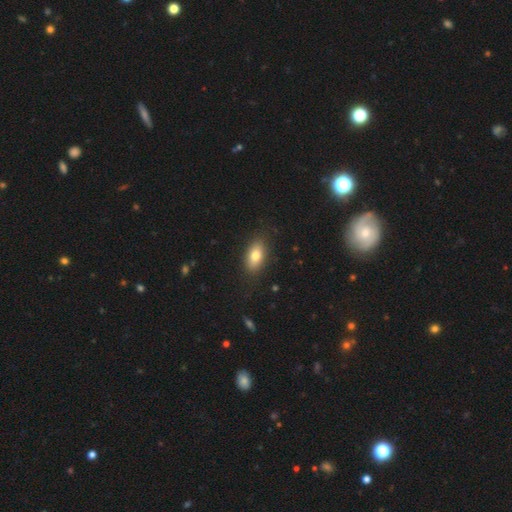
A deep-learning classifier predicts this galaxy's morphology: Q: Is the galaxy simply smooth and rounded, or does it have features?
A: smooth — 77%.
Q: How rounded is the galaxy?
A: in between — 87%.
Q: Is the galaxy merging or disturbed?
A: none — 85%.